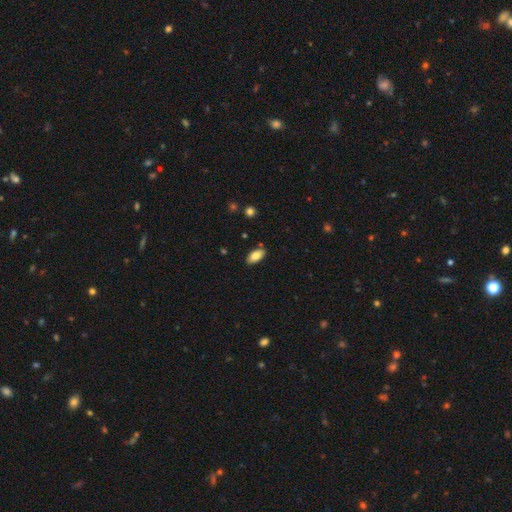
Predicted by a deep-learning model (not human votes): This is clearly a smooth galaxy (84%). How rounded: clearly in between (92%). Merging: clearly none (86%).